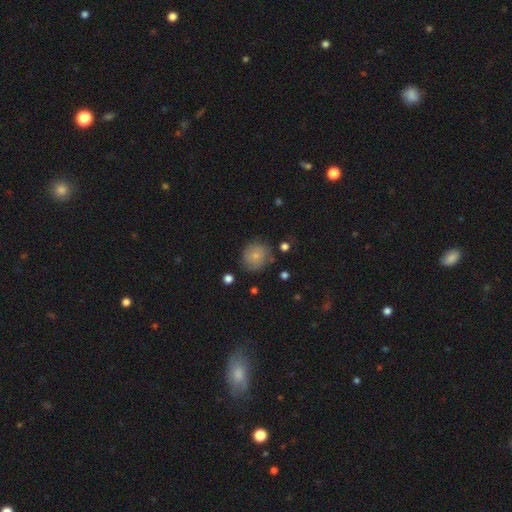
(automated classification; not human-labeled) This appears to be a smooth galaxy with no disk features (70%) that is round (87%). Merging: none (75%).